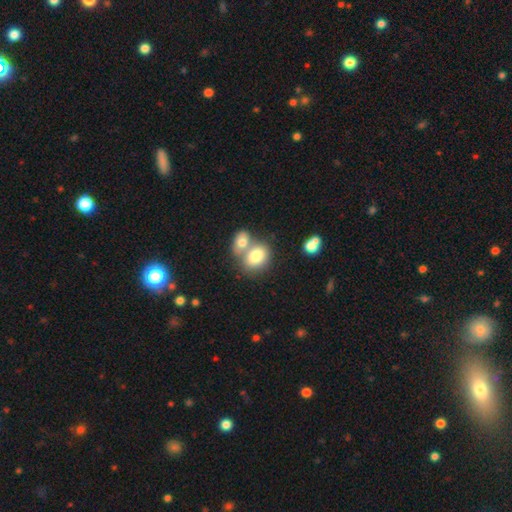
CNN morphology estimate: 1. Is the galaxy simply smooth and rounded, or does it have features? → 76% smooth, 15% featured or disk, 9% star or artifact.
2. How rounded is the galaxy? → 59% in between, 40% round, 1% cigar-shaped.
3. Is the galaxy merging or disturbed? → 55% merger, 33% none, 9% minor disturbance, 4% major disturbance.